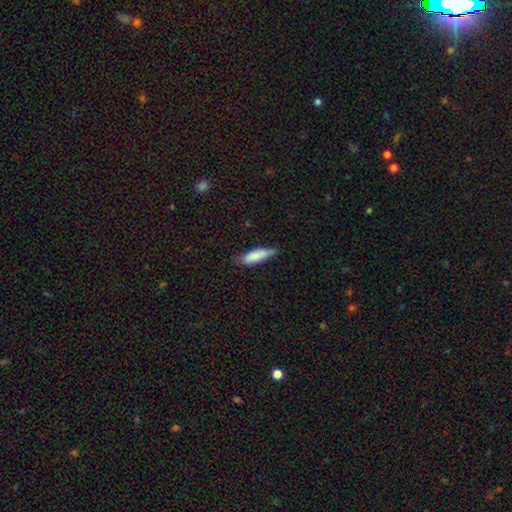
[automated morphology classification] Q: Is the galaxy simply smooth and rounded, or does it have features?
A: smooth — 81%.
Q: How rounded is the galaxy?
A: cigar-shaped — 54%.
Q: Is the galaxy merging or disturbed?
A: none — 65%.